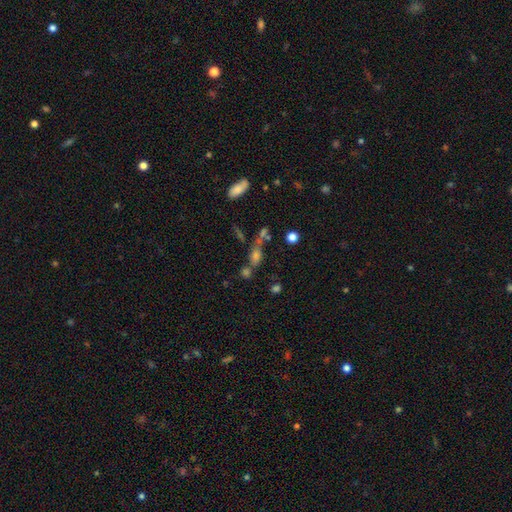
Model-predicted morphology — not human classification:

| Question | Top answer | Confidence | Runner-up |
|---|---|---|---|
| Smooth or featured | smooth | 51% | star or artifact (28%) |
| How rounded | in between | 49% | round (34%) |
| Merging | none | 43% | merger (33%) |